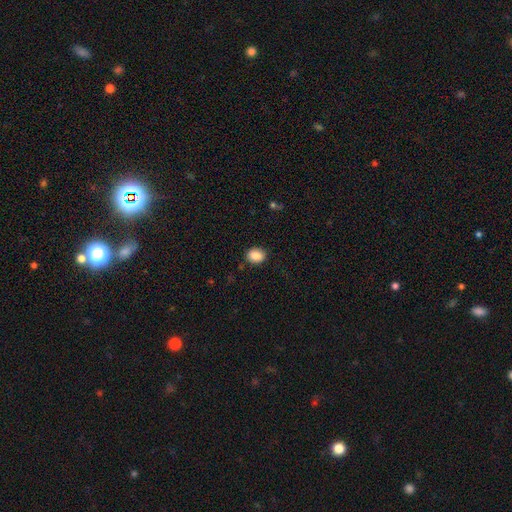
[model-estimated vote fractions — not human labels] Smooth or featured: smooth — 87% (star or artifact — 8%)
How rounded: in between — 51% (round — 48%)
Merging: none — 87% (minor disturbance — 9%)